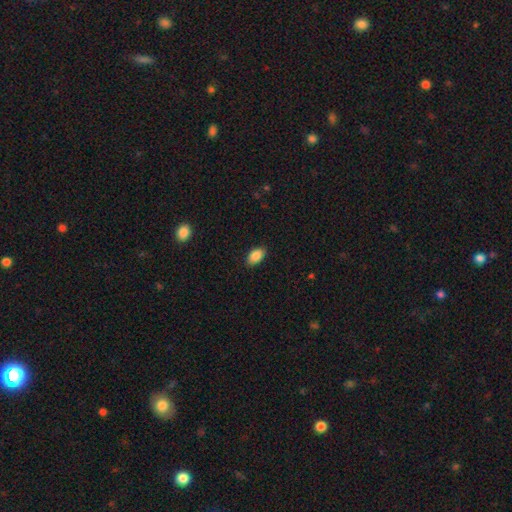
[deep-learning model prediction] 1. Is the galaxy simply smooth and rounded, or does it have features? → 88% smooth, 7% star or artifact, 4% featured or disk.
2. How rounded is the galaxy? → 92% in between, 6% round, 2% cigar-shaped.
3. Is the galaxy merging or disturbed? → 87% none, 10% minor disturbance, 2% major disturbance, 1% merger.